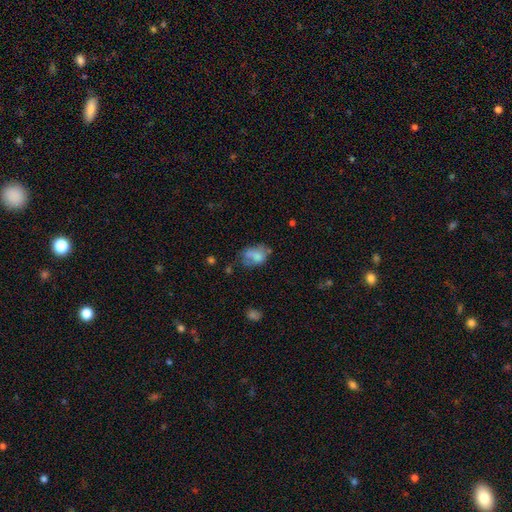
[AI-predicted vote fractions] Smooth or featured: smooth — 65% (featured or disk — 25%)
How rounded: in between — 78% (round — 20%)
Merging: none — 39% (minor disturbance — 29%)